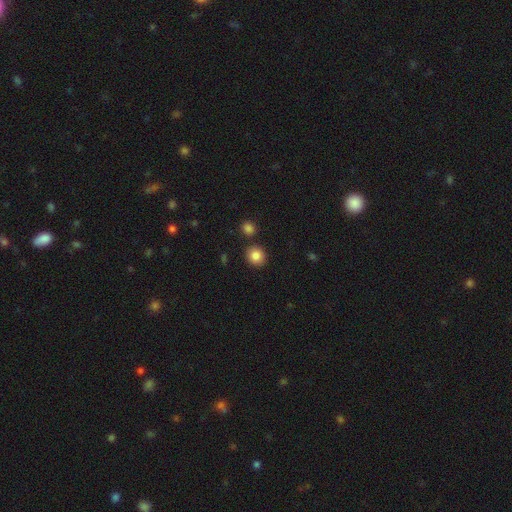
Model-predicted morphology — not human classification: Smooth or featured?
  - smooth: 86% *
  - star or artifact: 9%
  - featured or disk: 5%
How rounded?
  - round: 83% *
  - in between: 16%
  - cigar-shaped: 1%
Merging?
  - none: 85% *
  - minor disturbance: 7%
  - merger: 5%
  - major disturbance: 2%